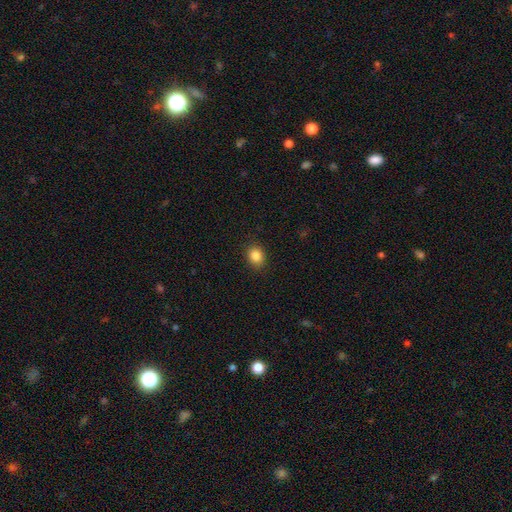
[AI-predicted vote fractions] The model was most divided on "how rounded": round: 61%, in between: 38%, cigar-shaped: 1%. More confident: merging — none (89%); smooth or featured — smooth (85%).